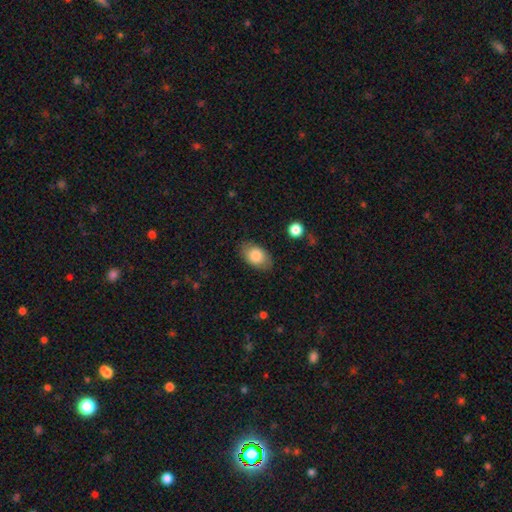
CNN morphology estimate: Smooth or featured? Predicted: smooth (p=0.82). How rounded? Predicted: in between (p=0.89). Merging? Predicted: none (p=0.80).